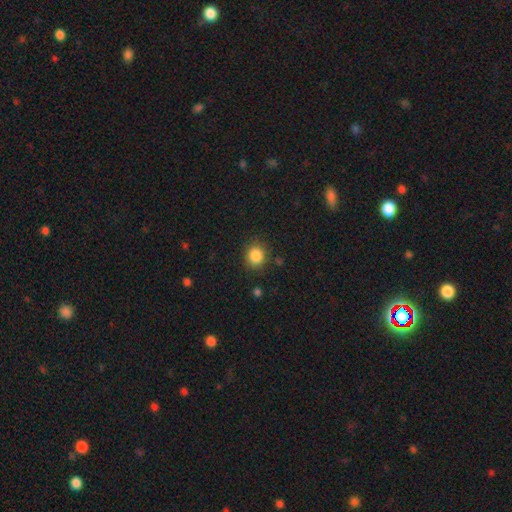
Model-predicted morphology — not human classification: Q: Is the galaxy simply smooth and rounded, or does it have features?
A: smooth — 86%.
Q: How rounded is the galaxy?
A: round — 73%.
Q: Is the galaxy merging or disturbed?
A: none — 84%.